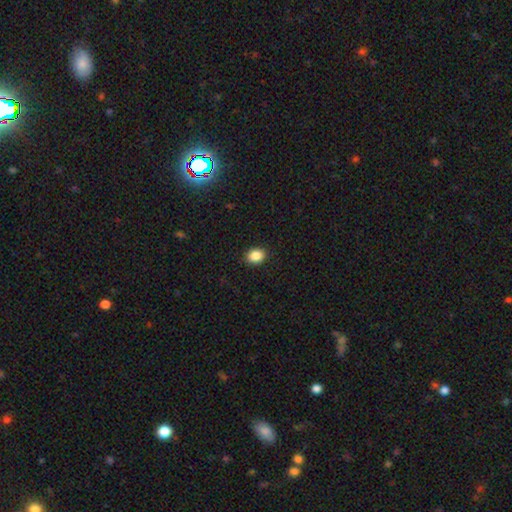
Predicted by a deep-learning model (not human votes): This is clearly a smooth galaxy (87%). How rounded: possibly in between (53%). Merging: clearly none (91%).